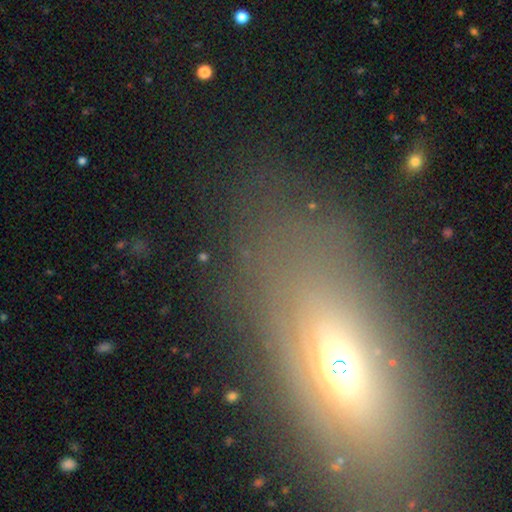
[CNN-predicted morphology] Q: Smooth or featured?
A: smooth (45%); runner-up: featured or disk (35%)
Q: Merging?
A: none (73%); runner-up: minor disturbance (14%)